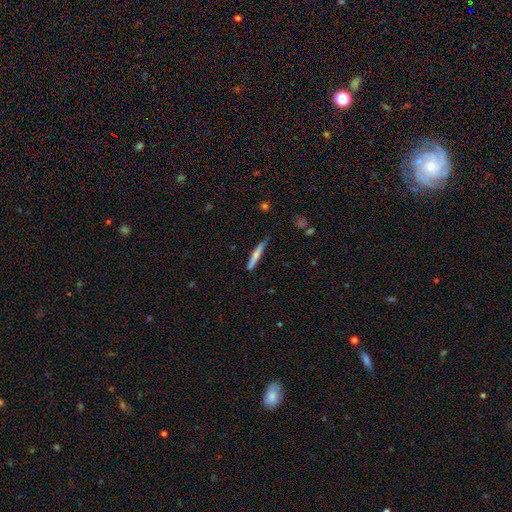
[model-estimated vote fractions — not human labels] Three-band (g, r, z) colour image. It shows a smooth galaxy with no disk features (62%) that is cigar-shaped (94%). Merging: none (75%).